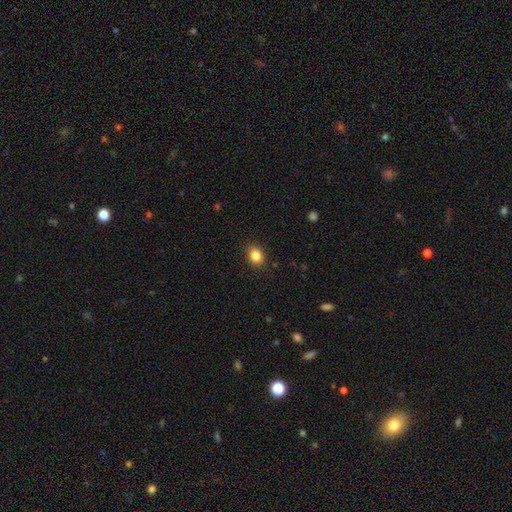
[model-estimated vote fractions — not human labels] Morphology: type=smooth (84%); roundness=in between (51%); merging=none (88%).